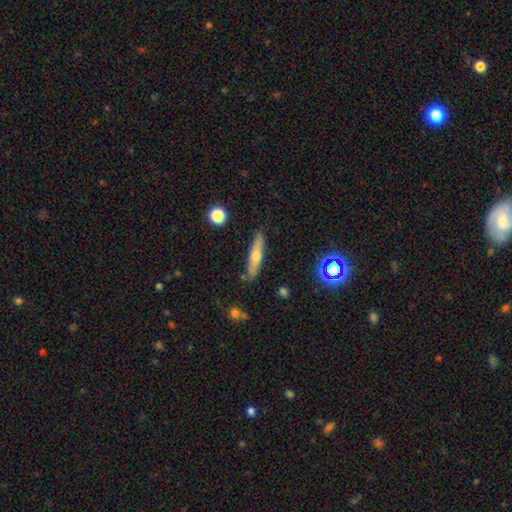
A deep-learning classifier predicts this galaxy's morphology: A smooth galaxy with no disk features (54%) that is cigar-shaped (83%).

Vote fractions:
- Smooth or featured? smooth: 54% / featured or disk: 38% / star or artifact: 8%
- How rounded? cigar-shaped: 83% / in between: 15% / round: 2%
- Merging? none: 86% / minor disturbance: 10% / merger: 2% / major disturbance: 2%